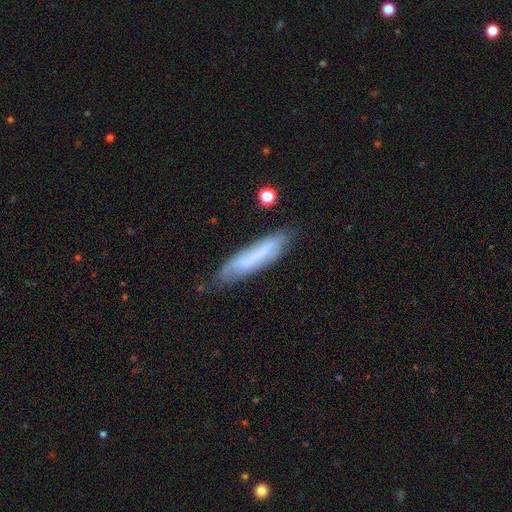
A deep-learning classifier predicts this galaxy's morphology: The model was most divided on "smooth or featured": featured or disk: 47%, smooth: 44%, star or artifact: 9%. More confident: merging — none (67%).